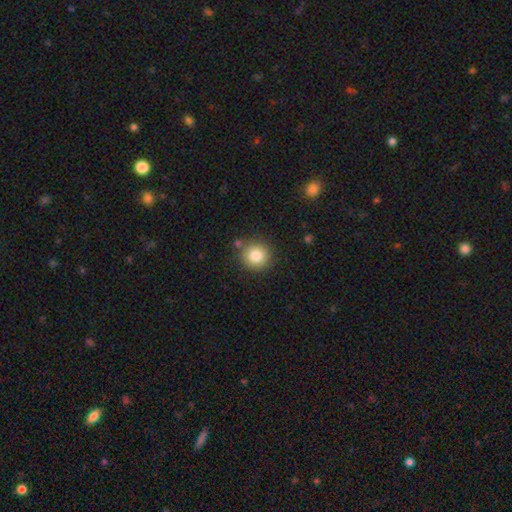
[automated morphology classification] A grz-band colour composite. It shows a smooth galaxy with no disk features (84%) that is round (92%). Merging: none (84%).